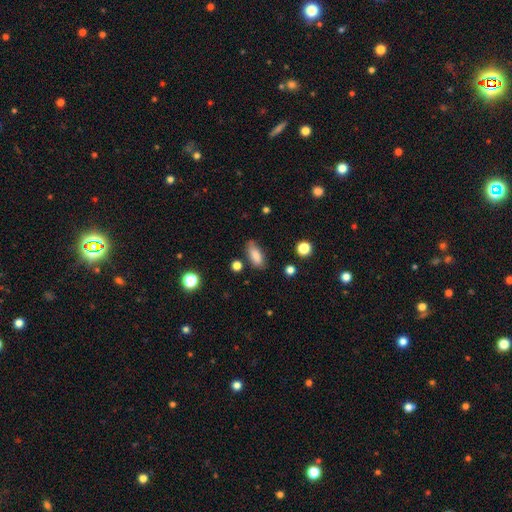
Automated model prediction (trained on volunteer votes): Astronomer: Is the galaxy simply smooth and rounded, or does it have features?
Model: smooth — 83%.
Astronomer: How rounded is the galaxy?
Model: in between — 79%.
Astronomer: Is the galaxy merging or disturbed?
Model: none — 75%.